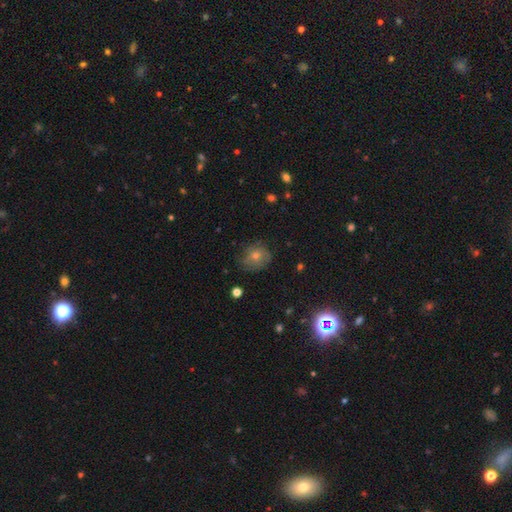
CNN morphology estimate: This is possibly a smooth galaxy (55%). How rounded: likely round (76%). Merging: likely none (74%).